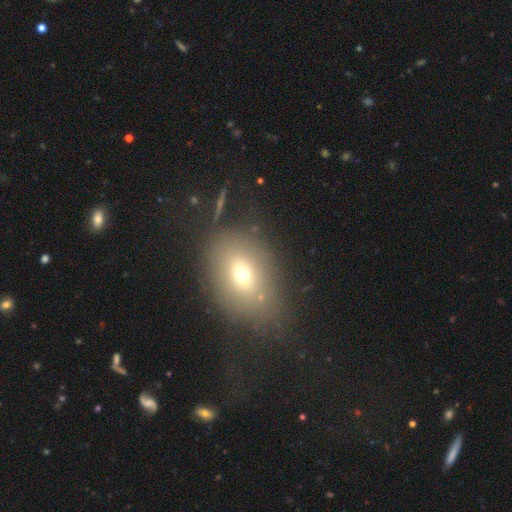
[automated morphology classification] type=smooth (60%); roundness=in between (69%); merging=none (61%).